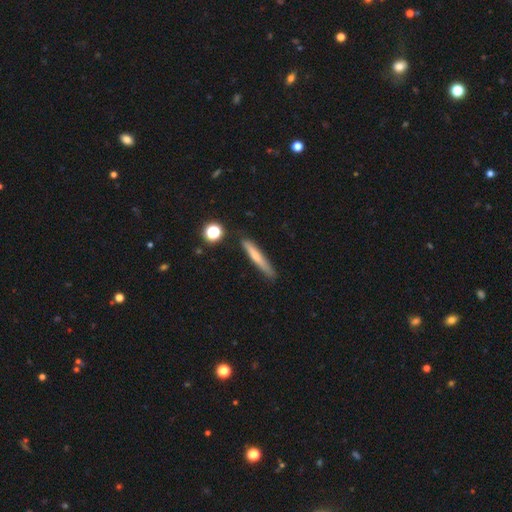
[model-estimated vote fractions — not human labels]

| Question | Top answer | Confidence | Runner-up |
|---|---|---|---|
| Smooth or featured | smooth | 63% | featured or disk (29%) |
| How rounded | cigar-shaped | 94% | in between (4%) |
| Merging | none | 83% | minor disturbance (12%) |